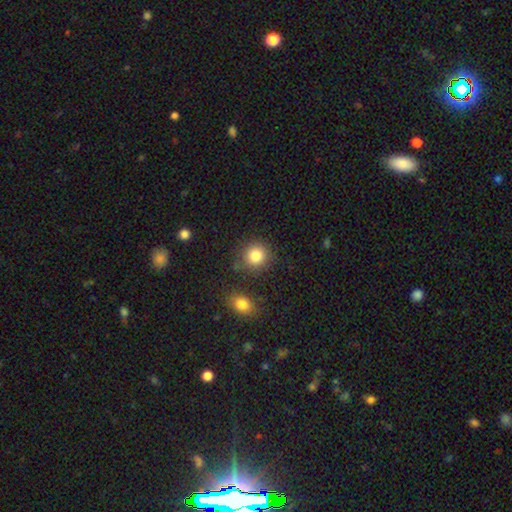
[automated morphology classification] The model was most divided on "merging": none: 81%, minor disturbance: 10%, merger: 6%, major disturbance: 3%. More confident: how rounded — round (88%); smooth or featured — smooth (84%).